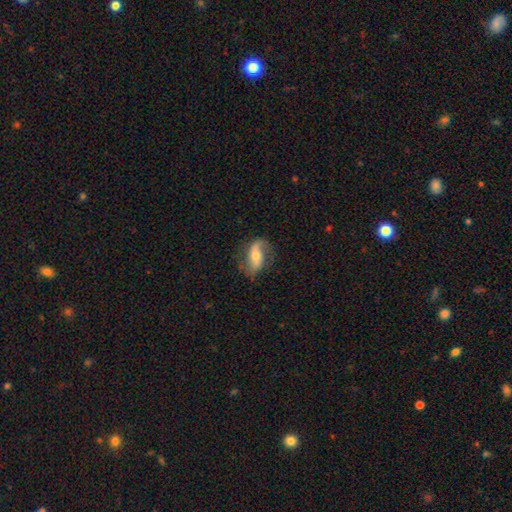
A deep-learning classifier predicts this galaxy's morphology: Smooth or featured: featured or disk — 64% (smooth — 29%)
Edge-on disk: no — 92% (yes — 8%)
Bar: no — 42% (weak — 30%)
Spiral arms: yes — 86% (no — 14%)
Spiral winding: loose — 64% (medium — 26%)
Spiral arm count: 2 — 82% (1 — 10%)
Bulge size: moderate — 56% (small — 36%)
Merging: none — 69% (minor disturbance — 20%)